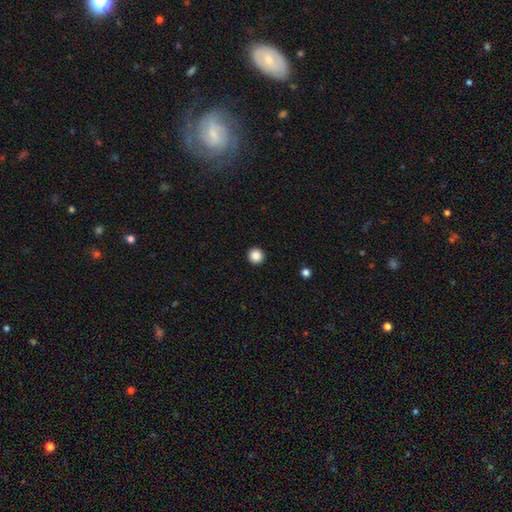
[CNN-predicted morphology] Smooth or featured: smooth — 87% (star or artifact — 10%)
How rounded: round — 95% (in between — 4%)
Merging: none — 94% (minor disturbance — 4%)